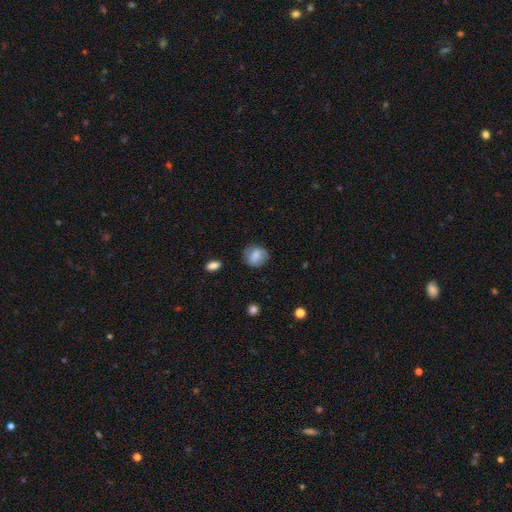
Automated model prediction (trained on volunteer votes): smooth-or-featured: smooth: 79% | featured or disk: 13% | star or artifact: 8%
  how-rounded: round: 71% | in between: 28% | cigar-shaped: 1%
  merging: none: 77% | minor disturbance: 17% | major disturbance: 5% | merger: 1%